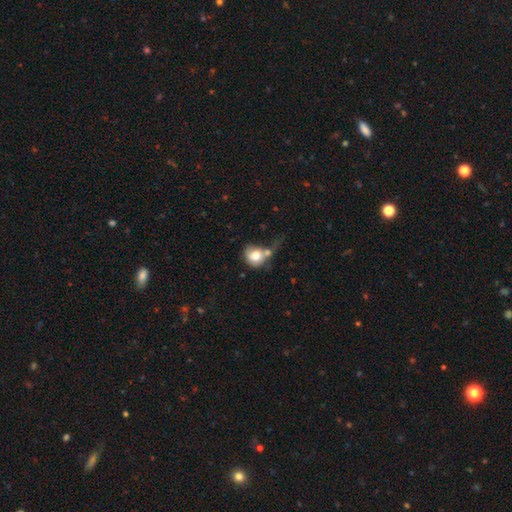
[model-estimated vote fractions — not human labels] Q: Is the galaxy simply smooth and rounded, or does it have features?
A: smooth — 75%.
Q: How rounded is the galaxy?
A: round — 74%.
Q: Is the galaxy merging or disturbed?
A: merger — 32%.